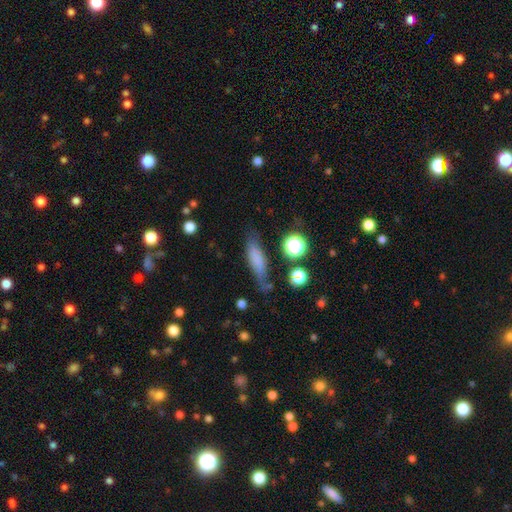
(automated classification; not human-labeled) The model was most divided on "how rounded": cigar-shaped: 62%, in between: 34%, round: 4%. More confident: merging — none (66%); smooth or featured — smooth (65%).